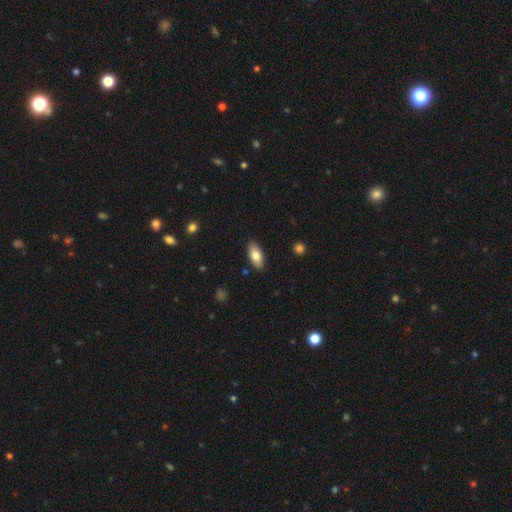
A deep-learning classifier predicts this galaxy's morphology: type=smooth (78%); roundness=in between (88%); merging=none (87%).